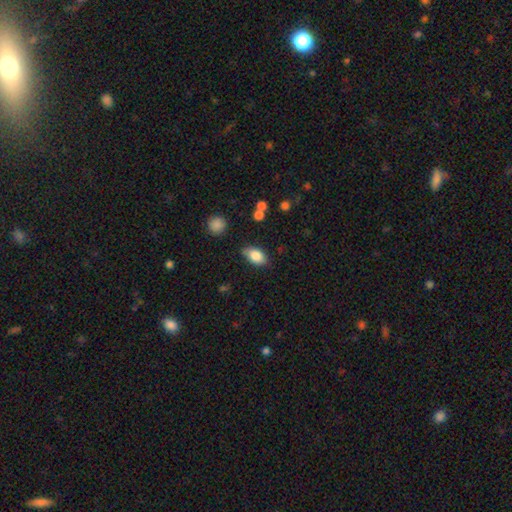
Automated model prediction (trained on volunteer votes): Morphology: type=smooth (84%); roundness=in between (90%); merging=none (75%).